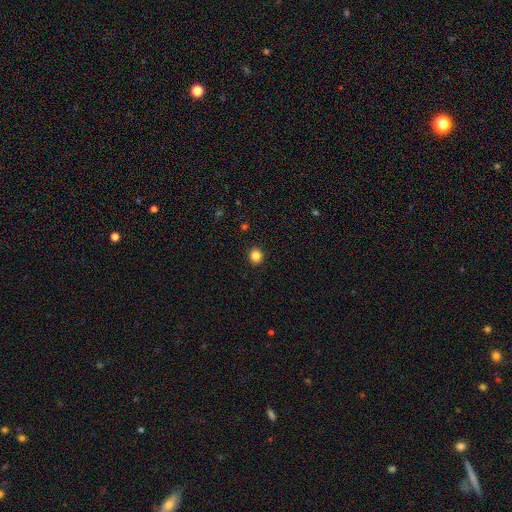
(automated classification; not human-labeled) Smooth or featured? Predicted: smooth (p=0.85). How rounded? Predicted: round (p=0.90). Merging? Predicted: none (p=0.93).